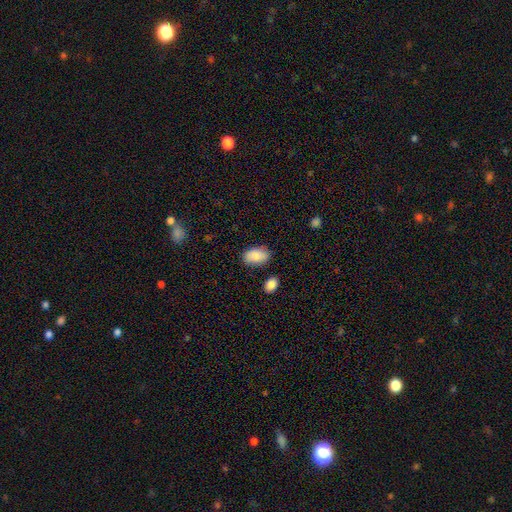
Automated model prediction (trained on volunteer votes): smooth_or_featured: smooth (p=0.84) [alt: featured or disk p=0.09]
how_rounded: in between (p=0.93) [alt: round p=0.06]
merging: none (p=0.80) [alt: minor disturbance p=0.14]